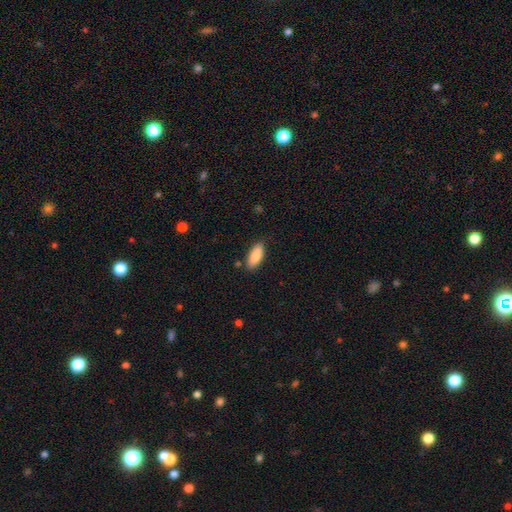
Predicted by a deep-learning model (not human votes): Overall: smooth (86%). How rounded: in between (78%). Merging: none (84%).